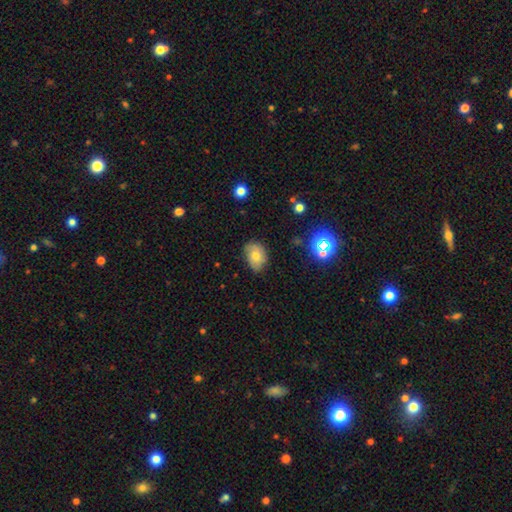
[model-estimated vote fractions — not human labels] This is likely a smooth galaxy (64%). How rounded: likely in between (69%). Merging: possibly none (59%).